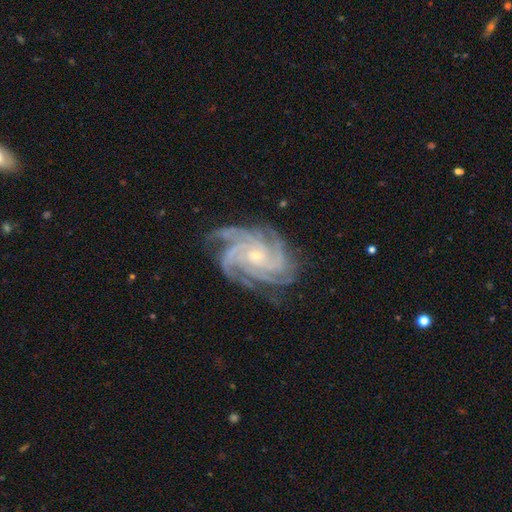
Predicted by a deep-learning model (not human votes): Morphology: type=featured or disk (92%); edge-on=no (98%); bar=no (67%); spiral arms=yes (99%); winding=tight (70%); arm count=4 (43%); bulge=small (71%); merging=none (78%).